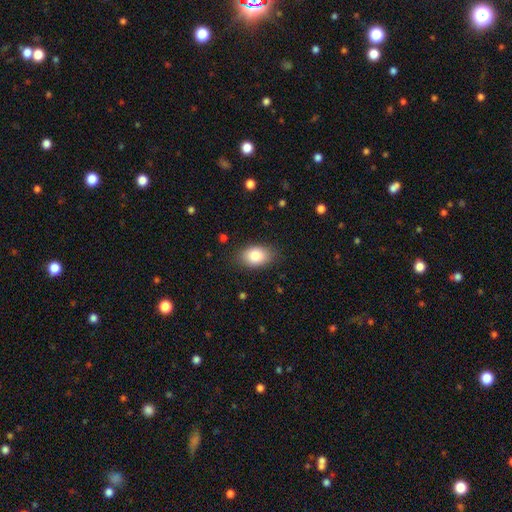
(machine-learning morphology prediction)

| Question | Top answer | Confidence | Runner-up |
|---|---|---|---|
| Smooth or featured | smooth | 83% | featured or disk (10%) |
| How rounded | in between | 85% | round (14%) |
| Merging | none | 84% | minor disturbance (12%) |